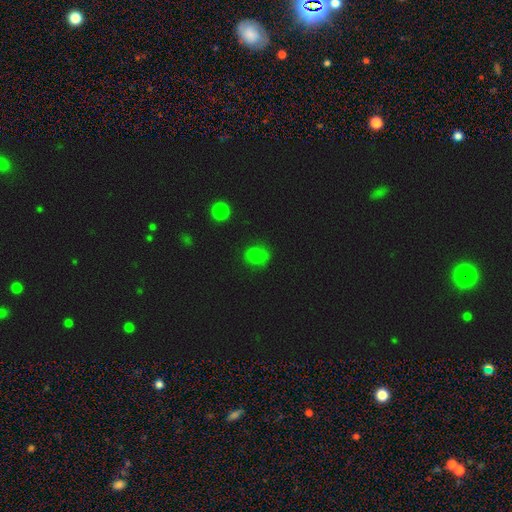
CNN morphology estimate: type=smooth (67%); roundness=round (66%); merging=none (61%).